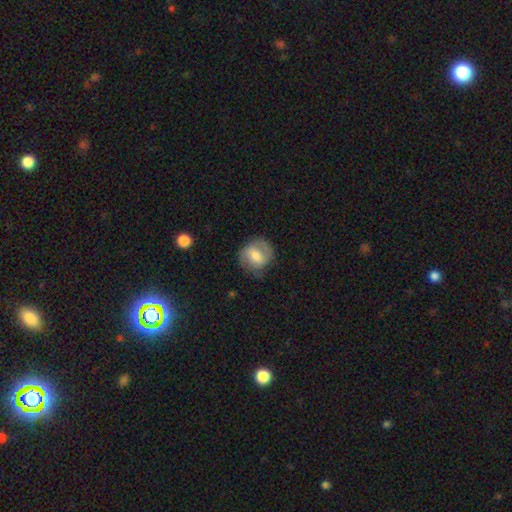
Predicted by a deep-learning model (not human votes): Morphology: type=featured or disk (49%); merging=none (72%).